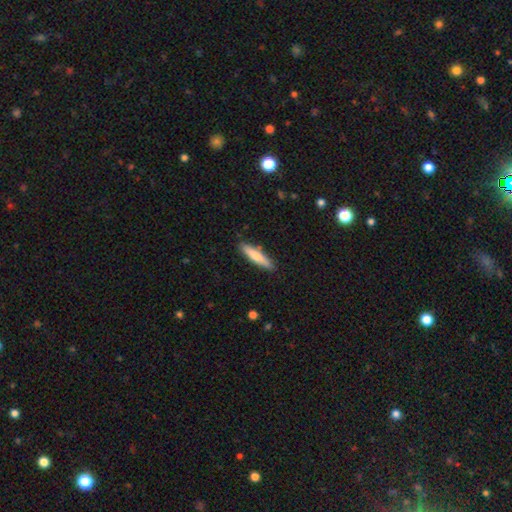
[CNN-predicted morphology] This is likely a smooth galaxy (73%). How rounded: clearly cigar-shaped (84%). Merging: clearly none (87%).